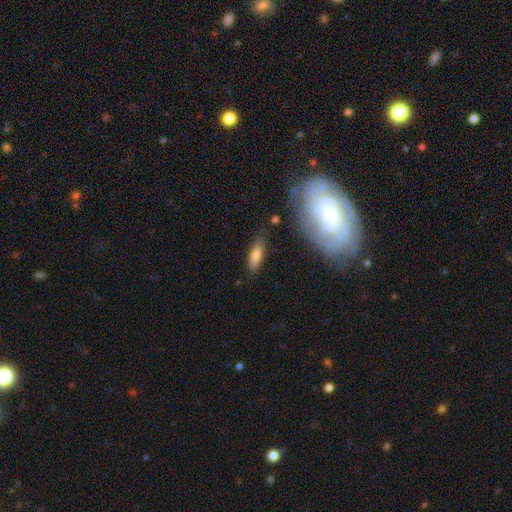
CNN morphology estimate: smooth 76%, featured or disk 16%, star or artifact 8%. Down the decision tree: how rounded — in between (61%); merging — none (79%).